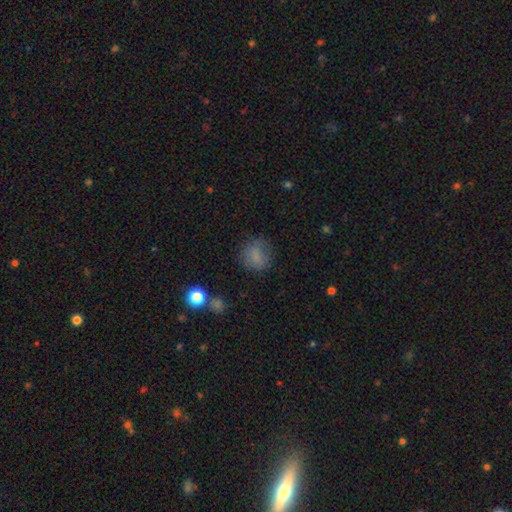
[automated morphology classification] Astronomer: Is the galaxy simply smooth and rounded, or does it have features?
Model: smooth — 76%.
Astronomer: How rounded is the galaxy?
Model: round — 74%.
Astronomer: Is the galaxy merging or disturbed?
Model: none — 73%.